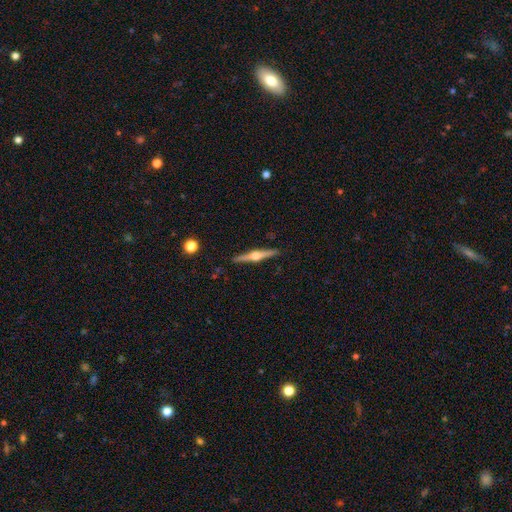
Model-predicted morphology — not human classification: This is likely a featured or disk galaxy (79%). It is clearly viewed edge-on (98%). Edge-on bulge: clearly rounded (94%). Merging: clearly none (91%).